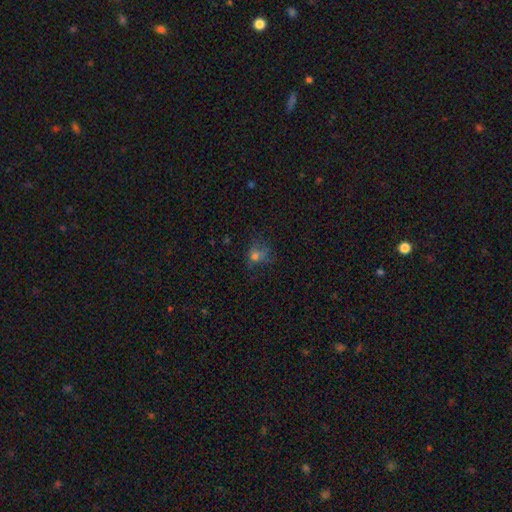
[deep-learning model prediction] This is possibly a smooth galaxy (55%). How rounded: likely round (64%). Merging: possibly none (48%).